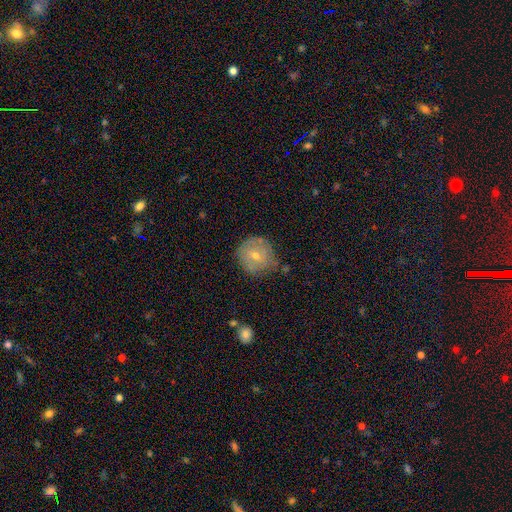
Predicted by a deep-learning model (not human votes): Smooth or featured? Predicted: smooth (p=0.50). Merging? Predicted: none (p=0.70).